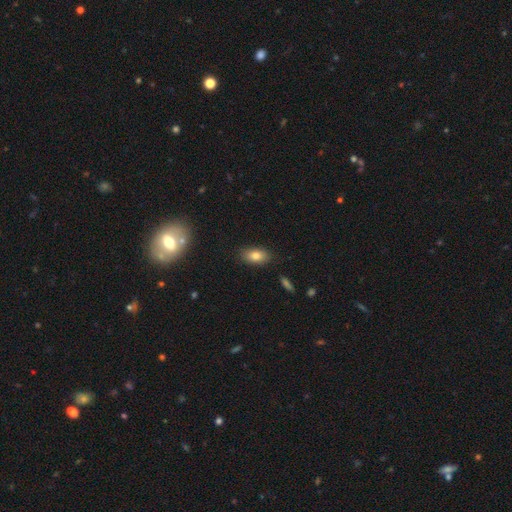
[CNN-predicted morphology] The model was most divided on "smooth or featured": smooth: 79%, featured or disk: 12%, star or artifact: 9%. More confident: how rounded — in between (89%); merging — none (86%).